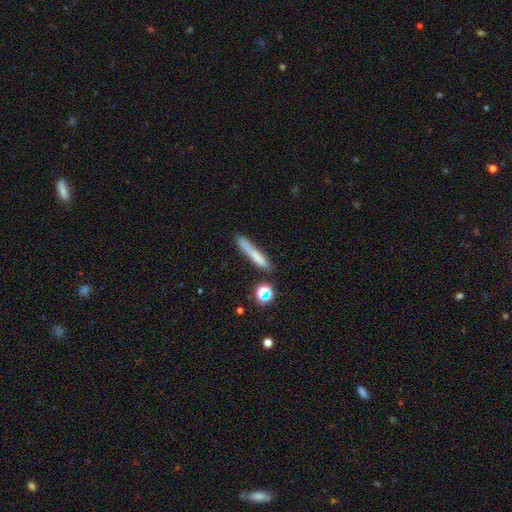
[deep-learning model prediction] Smooth or featured? Predicted: smooth (p=0.67). How rounded? Predicted: cigar-shaped (p=0.91). Merging? Predicted: none (p=0.72).